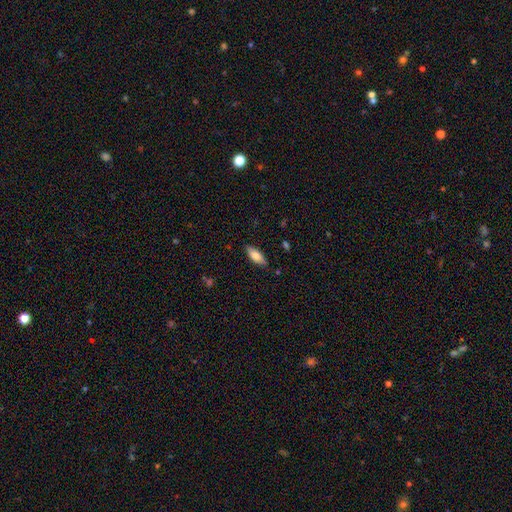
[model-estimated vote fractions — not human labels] Smooth or featured: smooth — 77% (featured or disk — 16%)
How rounded: in between — 76% (cigar-shaped — 22%)
Merging: none — 84% (minor disturbance — 12%)